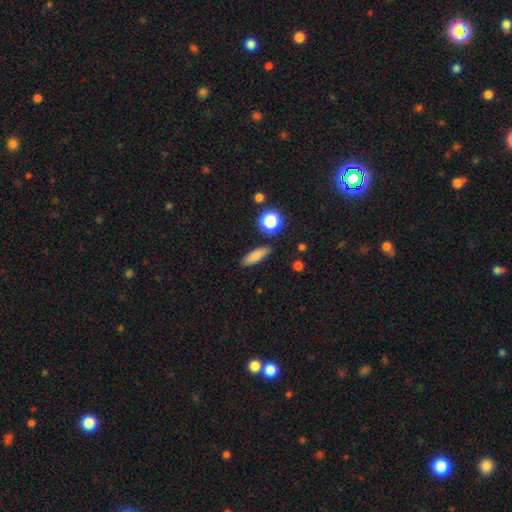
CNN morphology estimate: This appears to be a smooth galaxy with no disk features (81%) that is cigar-shaped (49%). Merging: none (85%).